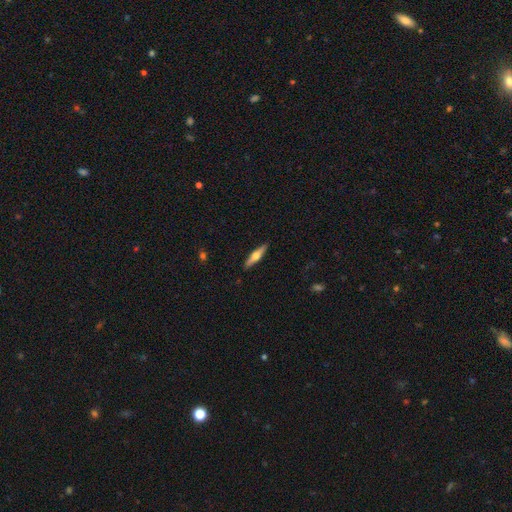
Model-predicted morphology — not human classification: Smooth or featured? featured or disk (56%)
Edge-on disk? yes (95%)
Edge-on bulge? rounded (94%)
Merging? none (91%)